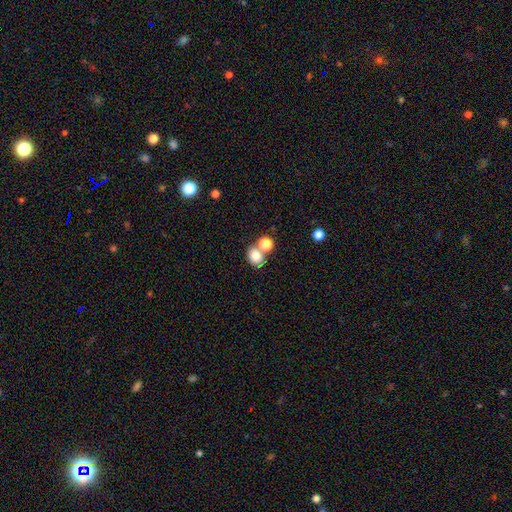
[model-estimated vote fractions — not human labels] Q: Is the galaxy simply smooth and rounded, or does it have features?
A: smooth — 80%.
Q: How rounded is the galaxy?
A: round — 58%.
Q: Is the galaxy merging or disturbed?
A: none — 51%.